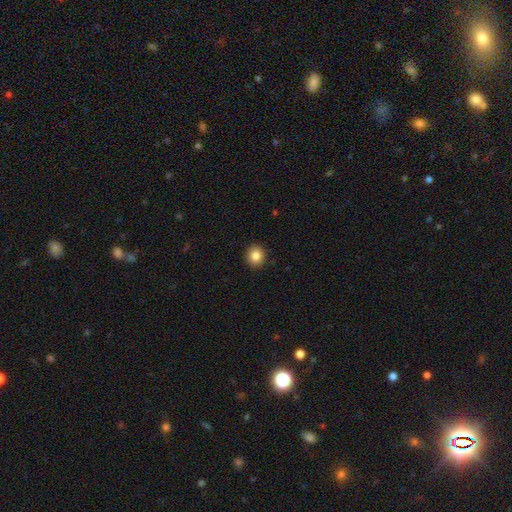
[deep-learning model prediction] Smooth or featured? smooth (84%)
How rounded? round (85%)
Merging? none (92%)